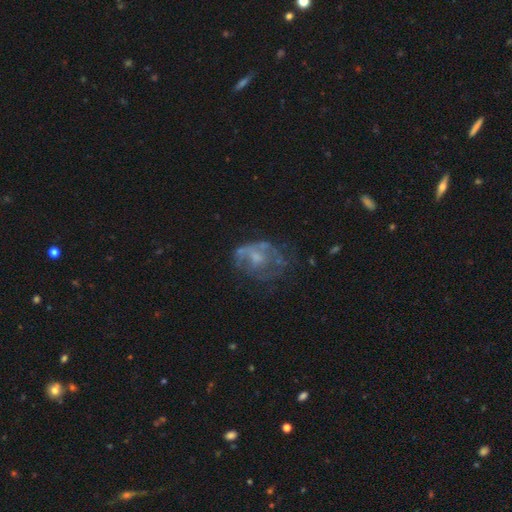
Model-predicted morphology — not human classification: This appears to be a featured or disk galaxy (63%) with no bar (78%), no spiral arms (67%) and a moderate central bulge (38%). Merging: none (41%).